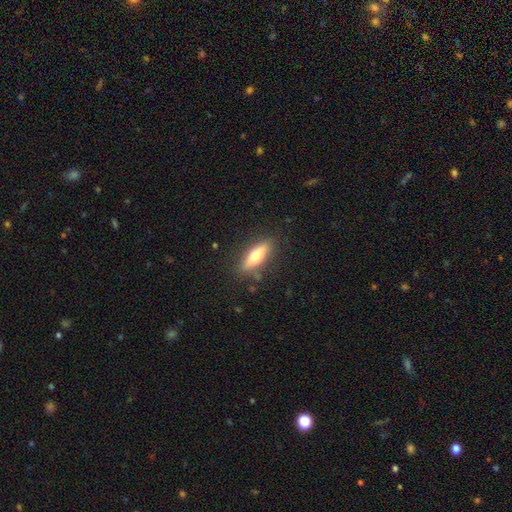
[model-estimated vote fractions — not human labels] Smooth or featured?
  - smooth: 63% *
  - featured or disk: 30%
  - star or artifact: 6%
How rounded?
  - cigar-shaped: 53% *
  - in between: 45%
  - round: 2%
Merging?
  - none: 82% *
  - minor disturbance: 12%
  - major disturbance: 3%
  - merger: 2%